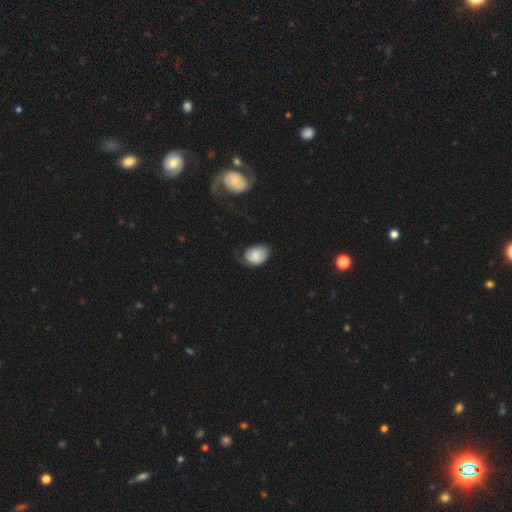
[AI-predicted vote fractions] Smooth or featured? smooth (68%)
How rounded? in between (69%)
Merging? none (60%)